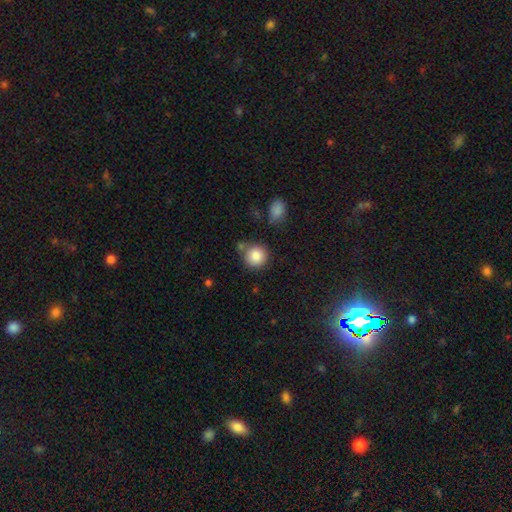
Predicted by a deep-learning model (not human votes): This appears to be a smooth galaxy with no disk features (85%) that is round (91%). Merging: none (71%).